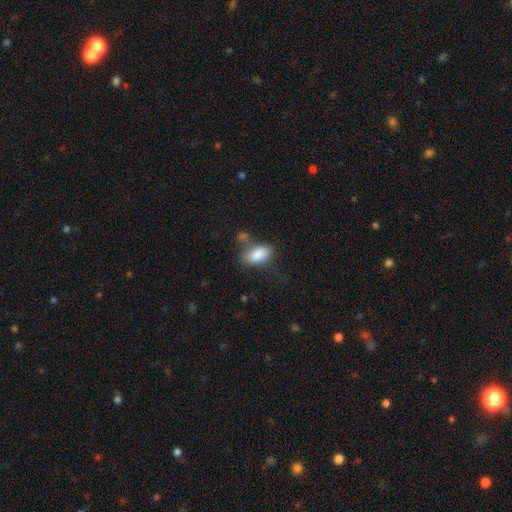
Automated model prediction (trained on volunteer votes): This appears to be a smooth galaxy with no disk features (85%) that is in between round and cigar-shaped (91%). Merging: none (52%).